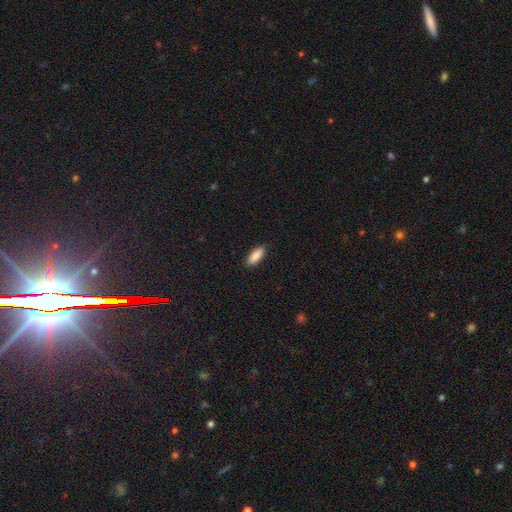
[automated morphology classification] A smooth galaxy with no disk features (88%) that is in between round and cigar-shaped (74%). Merging: none (88%).